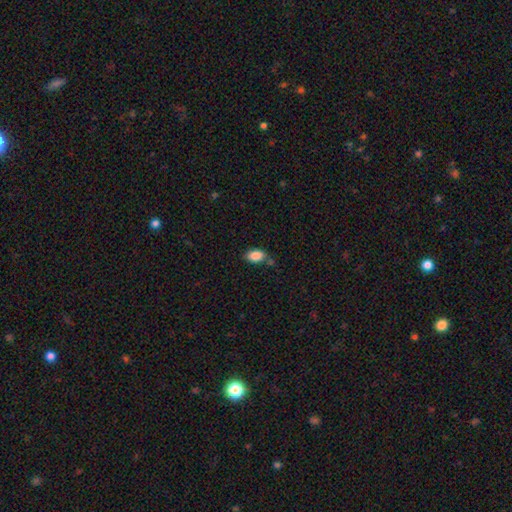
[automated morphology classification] smooth 87%, star or artifact 8%, featured or disk 5%. Down the decision tree: how rounded — in between (89%); merging — none (67%).